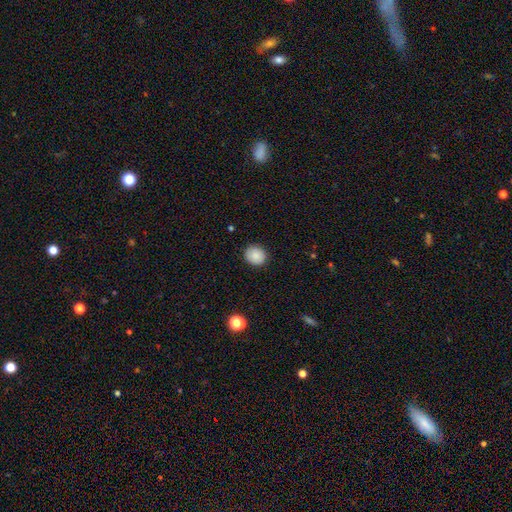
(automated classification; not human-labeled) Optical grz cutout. It shows a smooth galaxy with no disk features (87%) that is round (80%). Merging: none (90%).